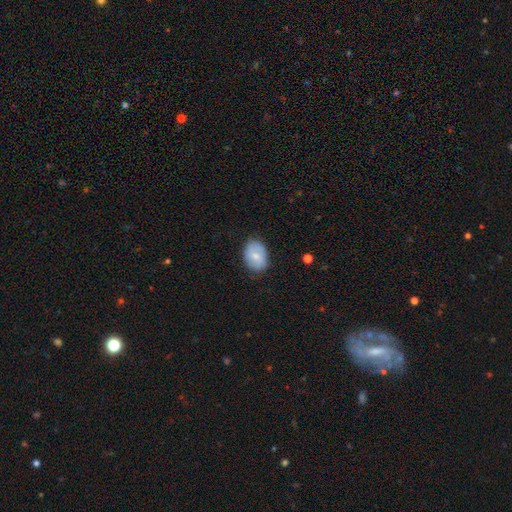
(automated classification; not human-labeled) smooth-or-featured: smooth: 70% | featured or disk: 23% | star or artifact: 7%
  how-rounded: in between: 75% | round: 24% | cigar-shaped: 1%
  merging: none: 77% | minor disturbance: 18% | major disturbance: 4% | merger: 1%